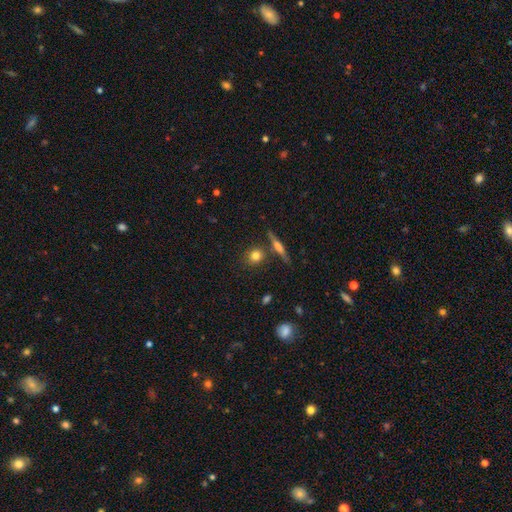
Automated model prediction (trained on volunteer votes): Overall: smooth (78%). How rounded: round (78%). Merging: none (76%).